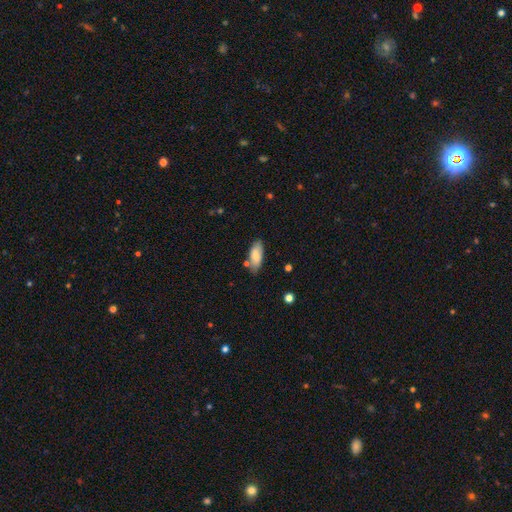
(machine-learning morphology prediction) smooth 81%, featured or disk 13%, star or artifact 6%. Down the decision tree: how rounded — in between (82%); merging — none (72%).